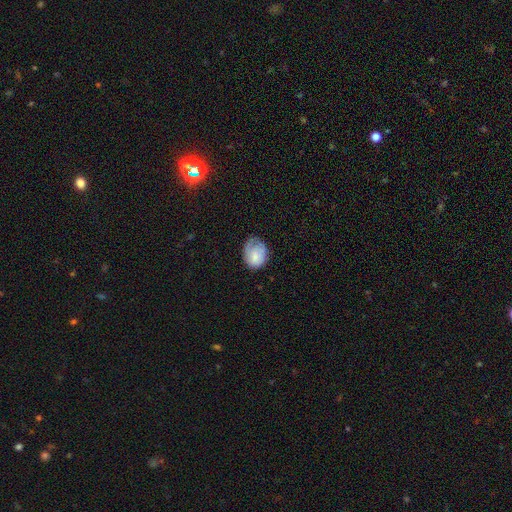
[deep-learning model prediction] Smooth or featured?
  - smooth: 65% *
  - featured or disk: 28%
  - star or artifact: 7%
How rounded?
  - in between: 61% *
  - round: 38%
  - cigar-shaped: 1%
Merging?
  - none: 47% *
  - minor disturbance: 34%
  - major disturbance: 17%
  - merger: 2%